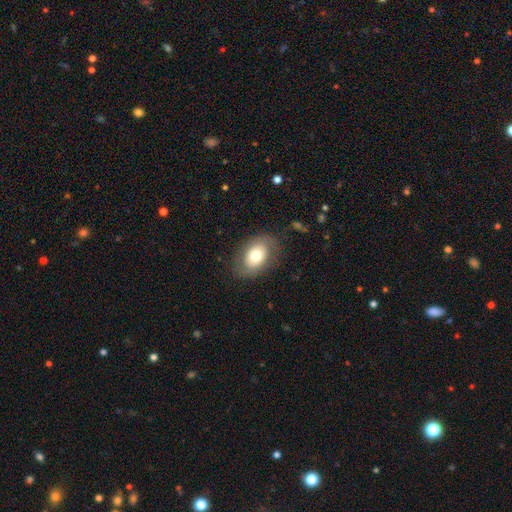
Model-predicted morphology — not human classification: Smooth or featured?
  - smooth: 62% *
  - featured or disk: 31%
  - star or artifact: 7%
How rounded?
  - in between: 81% *
  - round: 18%
  - cigar-shaped: 1%
Merging?
  - none: 77% *
  - minor disturbance: 15%
  - major disturbance: 7%
  - merger: 1%